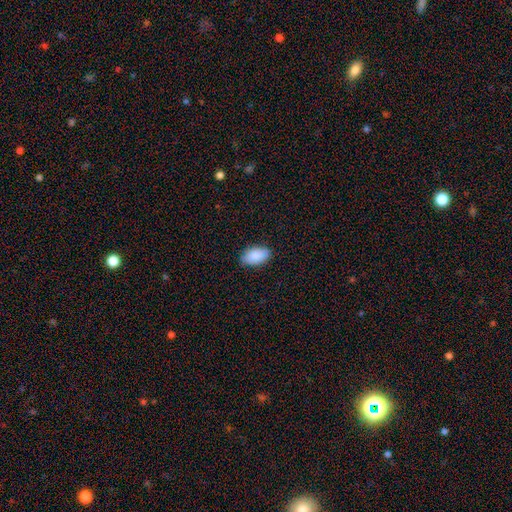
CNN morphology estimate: smooth_or_featured: smooth (p=0.89) [alt: star or artifact p=0.07]
how_rounded: in between (p=0.94) [alt: round p=0.04]
merging: none (p=0.83) [alt: minor disturbance p=0.13]